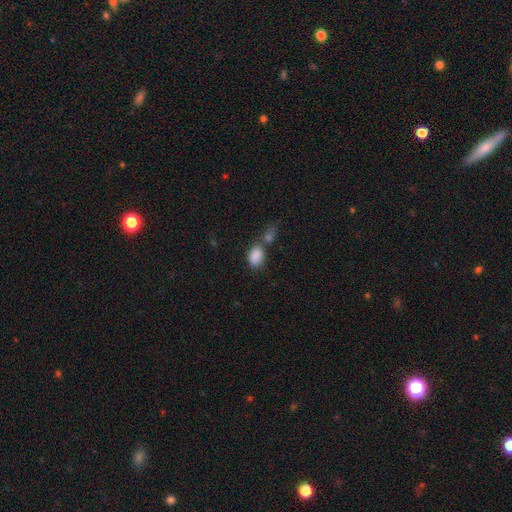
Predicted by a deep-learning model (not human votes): Smooth or featured: smooth — 86% (star or artifact — 9%)
How rounded: in between — 81% (round — 17%)
Merging: none — 41% (merger — 39%)